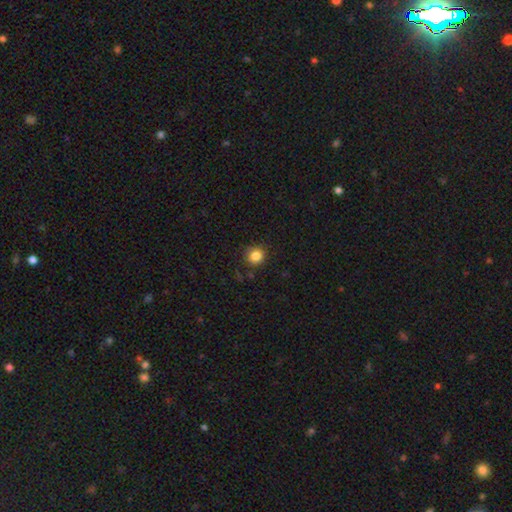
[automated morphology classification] Overall: smooth (84%). How rounded: round (91%). Merging: none (86%).